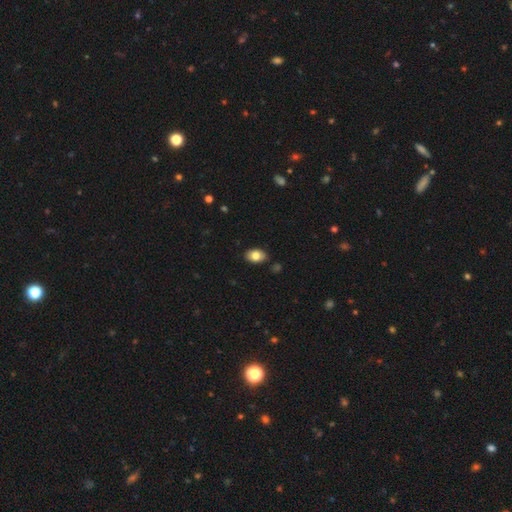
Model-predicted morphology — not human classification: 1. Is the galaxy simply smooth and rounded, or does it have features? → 81% smooth, 11% featured or disk, 8% star or artifact.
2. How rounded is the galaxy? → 87% in between, 12% round, 1% cigar-shaped.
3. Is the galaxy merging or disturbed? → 85% none, 11% minor disturbance, 2% major disturbance, 2% merger.